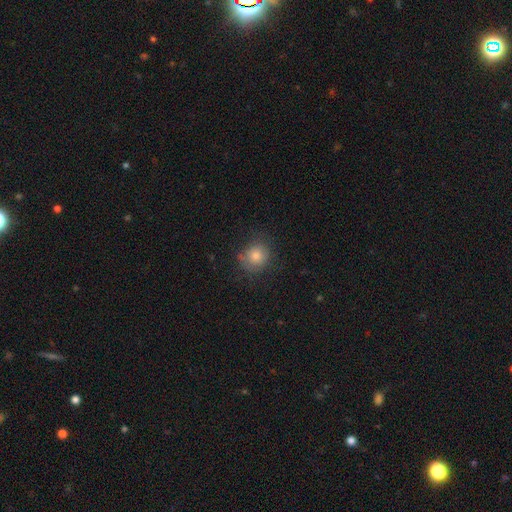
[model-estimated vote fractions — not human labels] This is likely a smooth galaxy (73%). How rounded: clearly round (86%). Merging: likely none (73%).